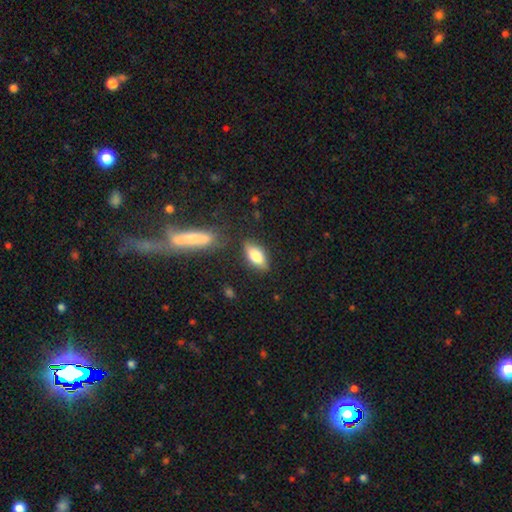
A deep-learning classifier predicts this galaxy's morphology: Smooth or featured?
  - smooth: 74% *
  - featured or disk: 19%
  - star or artifact: 7%
How rounded?
  - in between: 81% *
  - cigar-shaped: 15%
  - round: 3%
Merging?
  - none: 80% *
  - minor disturbance: 12%
  - merger: 4%
  - major disturbance: 3%